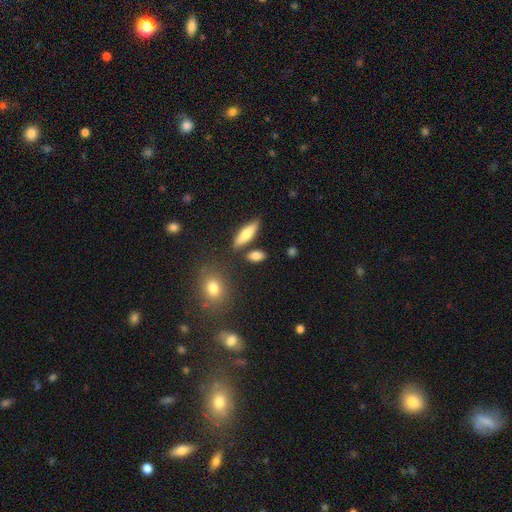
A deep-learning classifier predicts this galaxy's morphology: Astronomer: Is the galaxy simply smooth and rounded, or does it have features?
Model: smooth — 81%.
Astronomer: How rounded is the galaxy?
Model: in between — 66%.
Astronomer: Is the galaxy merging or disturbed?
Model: none — 77%.